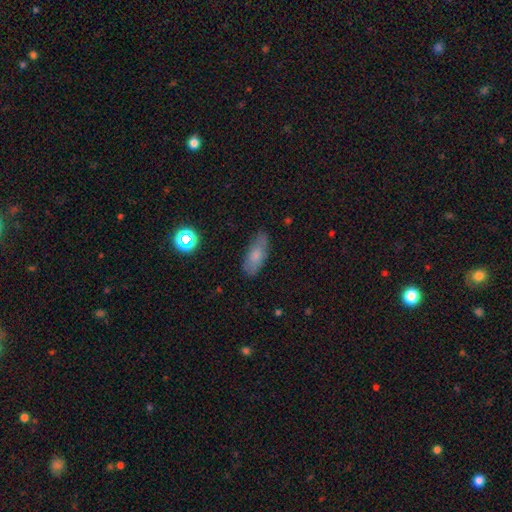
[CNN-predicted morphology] This appears to be a smooth galaxy with no disk features (72%) that is in between round and cigar-shaped (77%). Merging: none (77%).